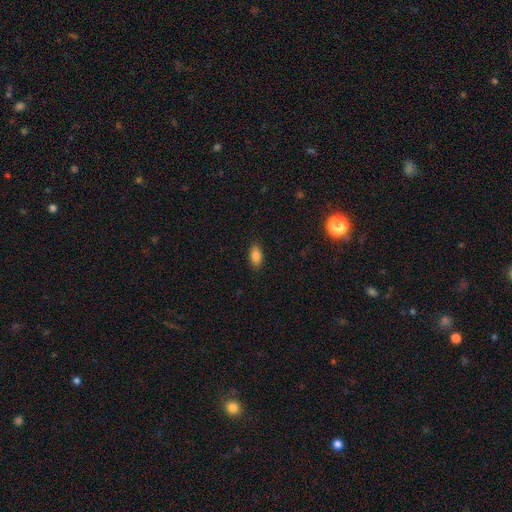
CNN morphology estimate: A smooth galaxy with no disk features (86%) that is in between round and cigar-shaped (91%). Merging: none (88%).